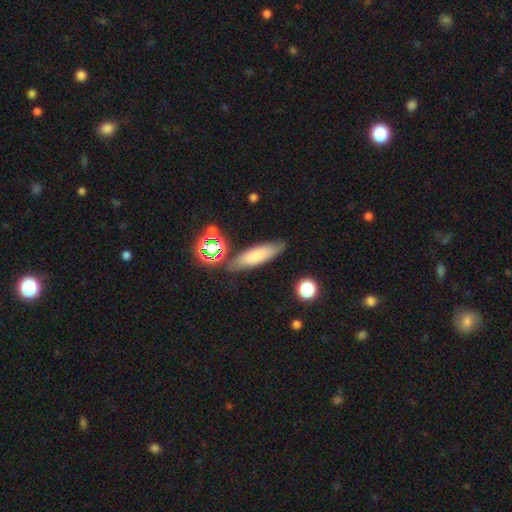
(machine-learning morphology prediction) Smooth or featured? Predicted: smooth (p=0.73). How rounded? Predicted: cigar-shaped (p=0.56). Merging? Predicted: none (p=0.79).